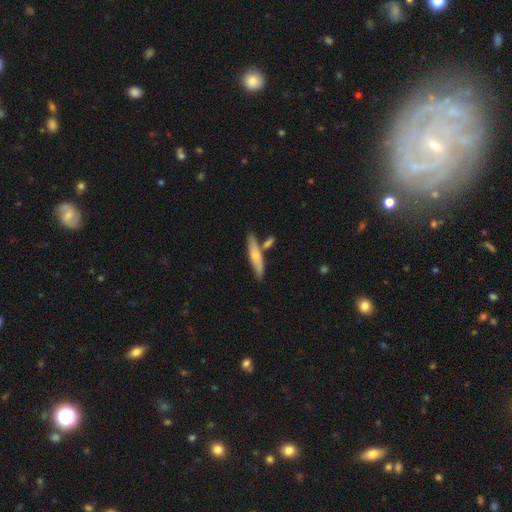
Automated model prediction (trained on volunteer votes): Overall: smooth (55%; featured or disk 40%). How rounded: cigar-shaped (79%). Merging: none (68%).